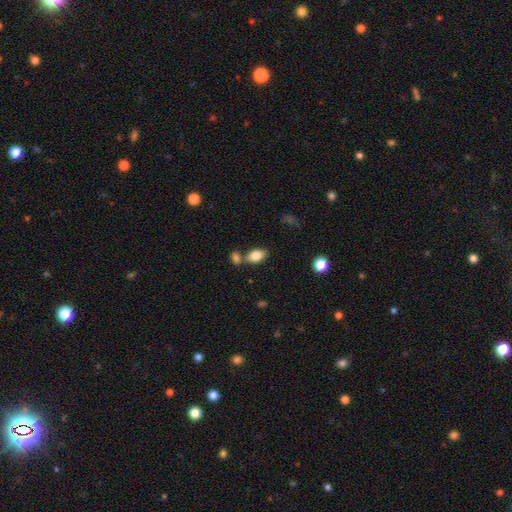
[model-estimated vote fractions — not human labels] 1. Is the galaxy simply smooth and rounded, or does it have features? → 83% smooth, 9% featured or disk, 8% star or artifact.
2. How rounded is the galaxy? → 89% in between, 9% round, 2% cigar-shaped.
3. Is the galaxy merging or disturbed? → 57% none, 27% merger, 12% minor disturbance, 4% major disturbance.